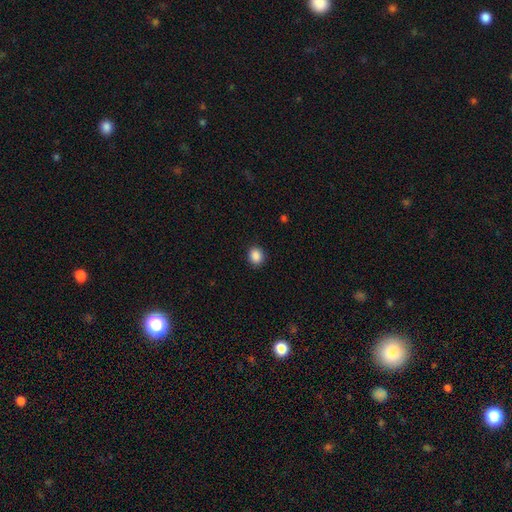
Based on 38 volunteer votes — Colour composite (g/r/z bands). It shows a smooth galaxy with no disk features (84%) that is round (78%). Merging: none (86%).